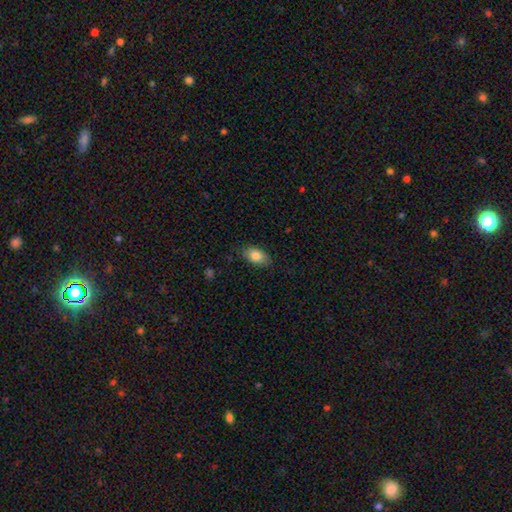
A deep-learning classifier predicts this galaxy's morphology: The model was most divided on "merging": none: 84%, minor disturbance: 12%, major disturbance: 2%, merger: 1%. More confident: how rounded — in between (91%); smooth or featured — smooth (83%).